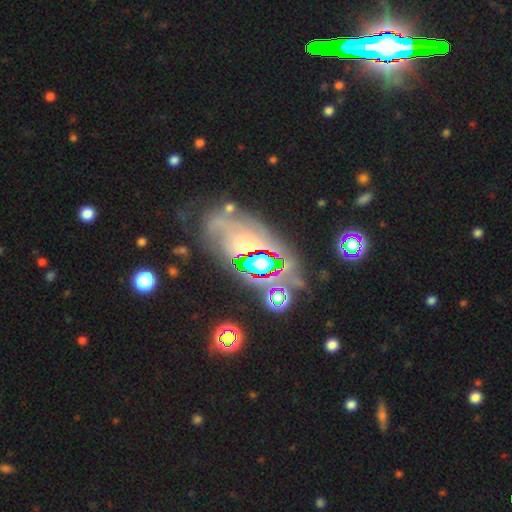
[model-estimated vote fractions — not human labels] This appears to be a featured or disk galaxy (55%) with no bar (71%), spiral arms (77%) and a small central bulge (46%). Merging: none (57%).